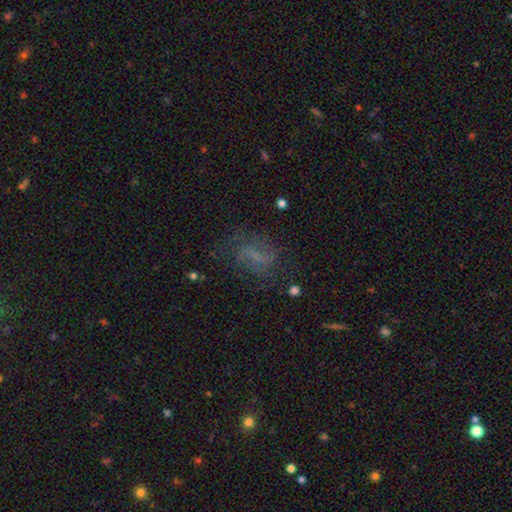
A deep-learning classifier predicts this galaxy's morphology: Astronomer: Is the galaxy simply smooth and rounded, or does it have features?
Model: featured or disk — 48% (runner-up: smooth, 32%).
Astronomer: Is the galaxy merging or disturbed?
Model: none — 58%.